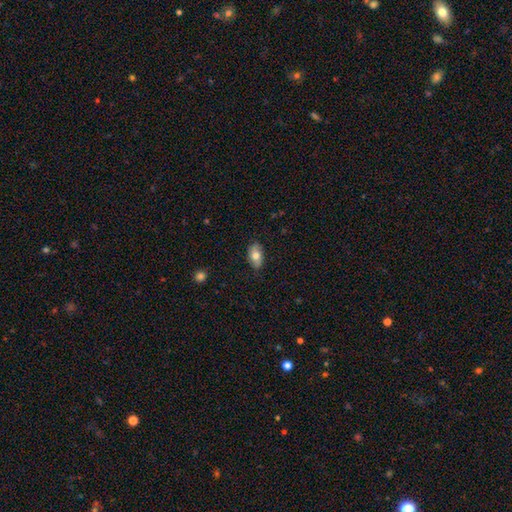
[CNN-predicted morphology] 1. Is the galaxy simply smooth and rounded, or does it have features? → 72% smooth, 21% featured or disk, 7% star or artifact.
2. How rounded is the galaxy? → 91% in between, 7% round, 2% cigar-shaped.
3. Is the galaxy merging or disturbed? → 81% none, 15% minor disturbance, 3% major disturbance, 1% merger.